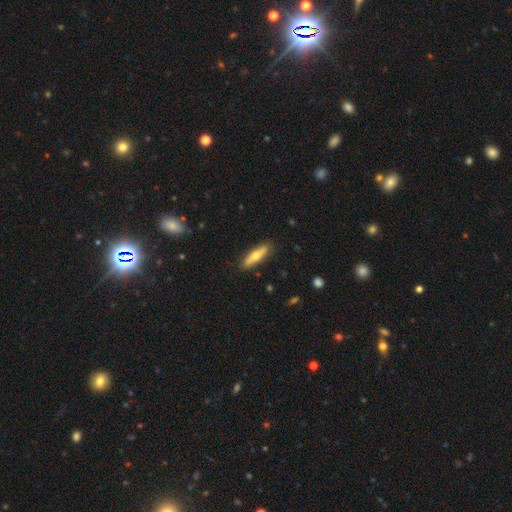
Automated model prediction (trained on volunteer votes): smooth-or-featured: smooth: 60% | featured or disk: 35% | star or artifact: 6%
  how-rounded: cigar-shaped: 71% | in between: 27% | round: 2%
  merging: none: 88% | minor disturbance: 9% | major disturbance: 2% | merger: 1%